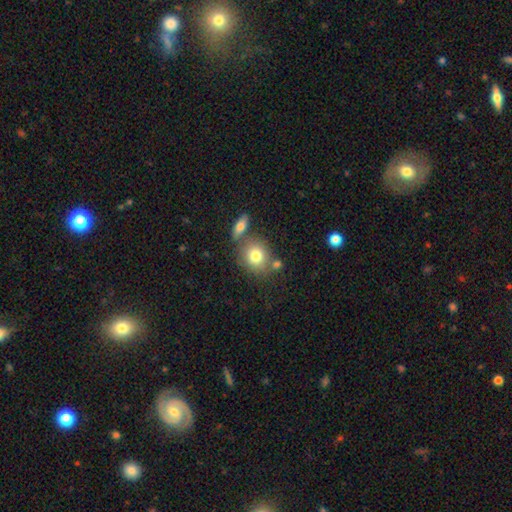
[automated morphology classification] Q: Smooth or featured?
A: smooth (78%); runner-up: featured or disk (13%)
Q: How rounded?
A: round (71%); runner-up: in between (28%)
Q: Merging?
A: none (61%); runner-up: merger (23%)